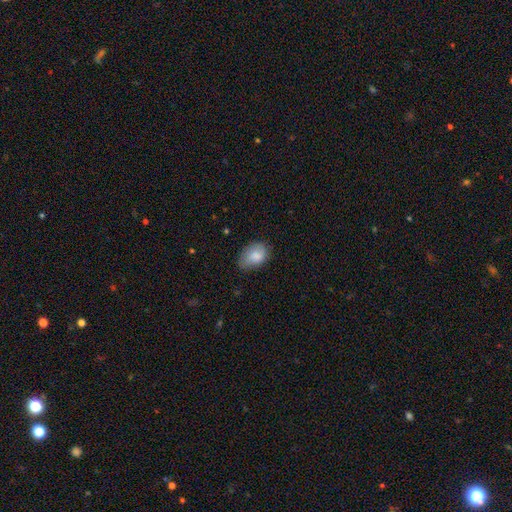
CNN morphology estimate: This appears to be a smooth galaxy with no disk features (80%) that is in between round and cigar-shaped (85%). Merging: none (58%).